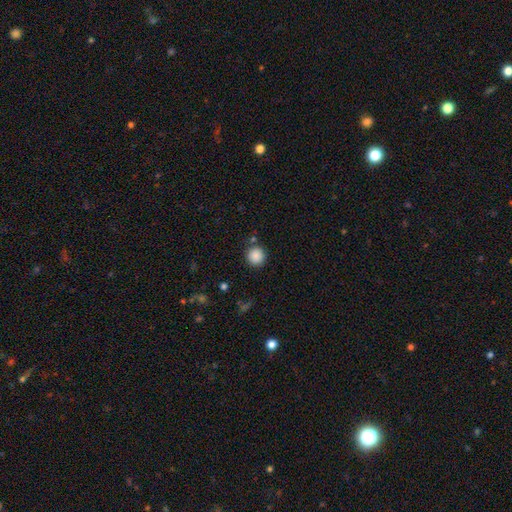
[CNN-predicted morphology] type=smooth (88%); roundness=round (94%); merging=none (86%).